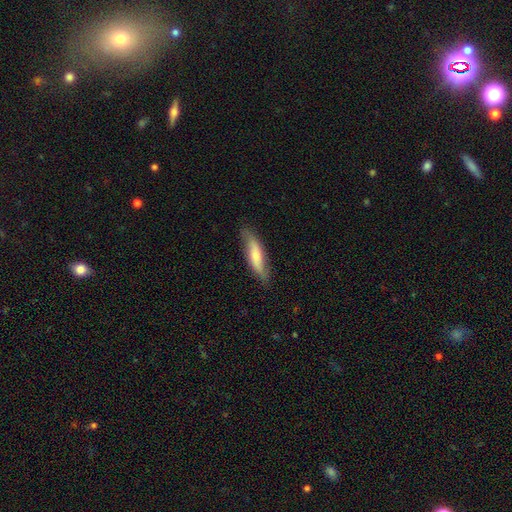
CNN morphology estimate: Smooth or featured? Predicted: smooth (p=0.57). How rounded? Predicted: cigar-shaped (p=0.70). Merging? Predicted: none (p=0.78).